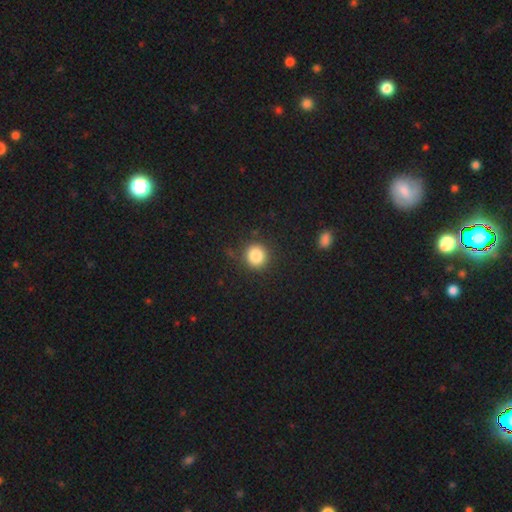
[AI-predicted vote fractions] Smooth or featured: smooth — 85% (star or artifact — 10%)
How rounded: round — 91% (in between — 8%)
Merging: none — 86% (minor disturbance — 9%)